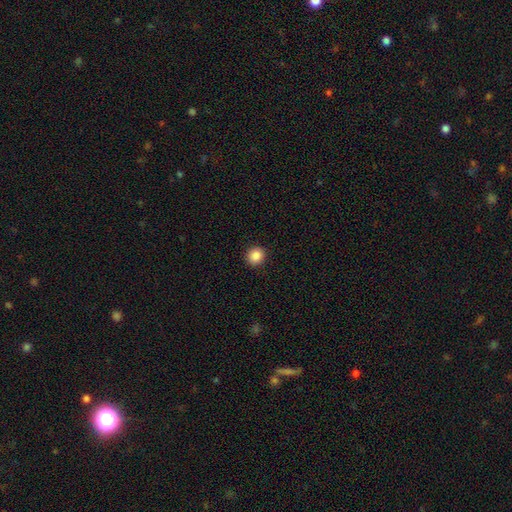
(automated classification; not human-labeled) This appears to be a smooth galaxy with no disk features (88%) that is round (87%). Merging: none (92%).